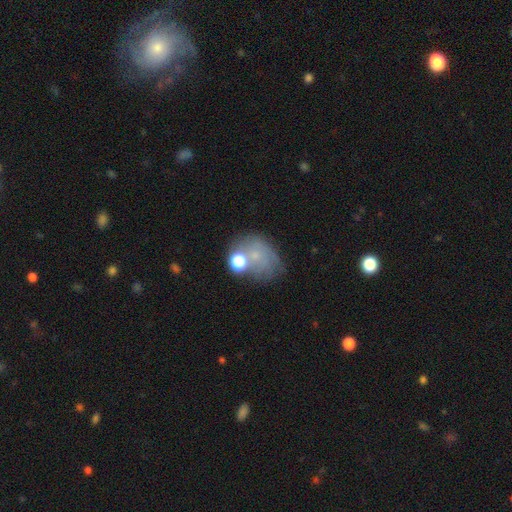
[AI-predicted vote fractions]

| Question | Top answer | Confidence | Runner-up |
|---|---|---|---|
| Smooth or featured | smooth | 47% | featured or disk (33%) |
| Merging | none | 42% | minor disturbance (22%) |